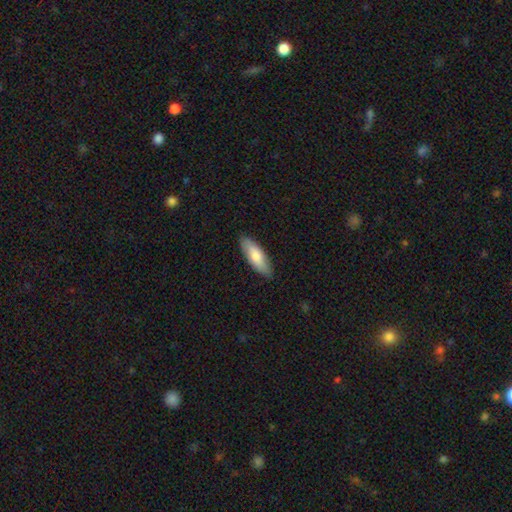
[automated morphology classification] type=smooth (76%); roundness=in between (58%); merging=none (88%).